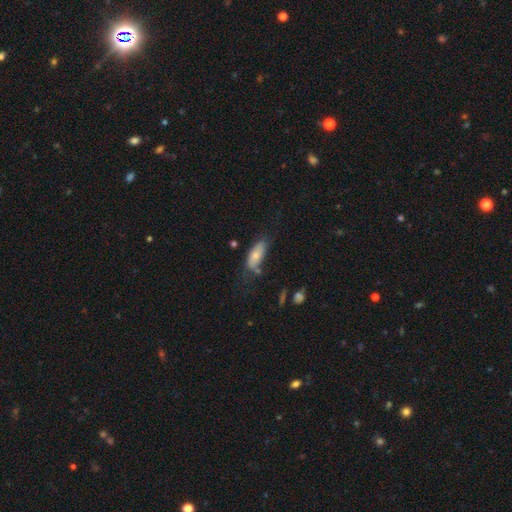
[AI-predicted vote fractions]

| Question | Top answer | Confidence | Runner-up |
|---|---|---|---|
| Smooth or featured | smooth | 71% | featured or disk (22%) |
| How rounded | in between | 79% | cigar-shaped (19%) |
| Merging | none | 54% | minor disturbance (29%) |